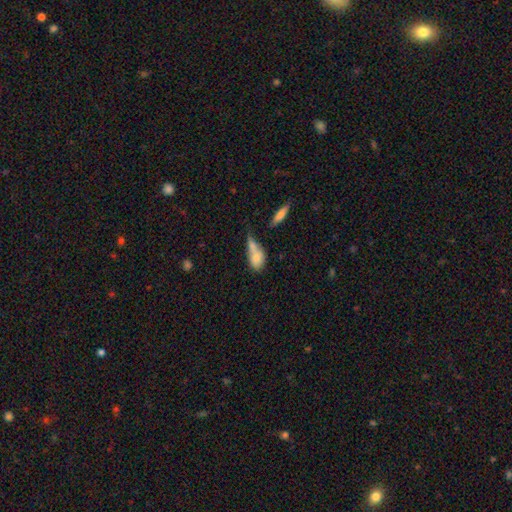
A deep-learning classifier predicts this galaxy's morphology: smooth 74%, featured or disk 17%, star or artifact 8%. Down the decision tree: how rounded — in between (81%); merging — merger (40%).